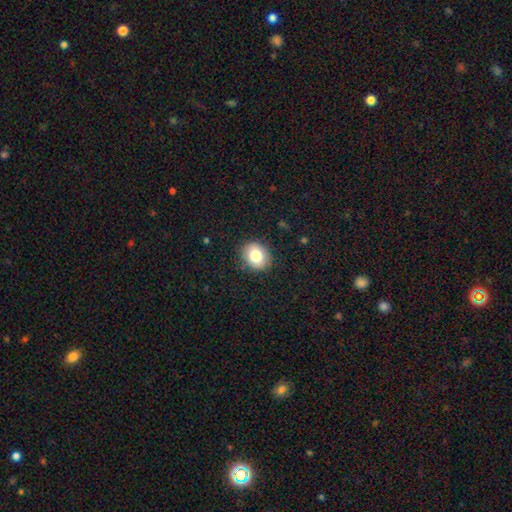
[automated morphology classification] Smooth or featured? Predicted: smooth (p=0.80). How rounded? Predicted: round (p=0.64). Merging? Predicted: none (p=0.87).